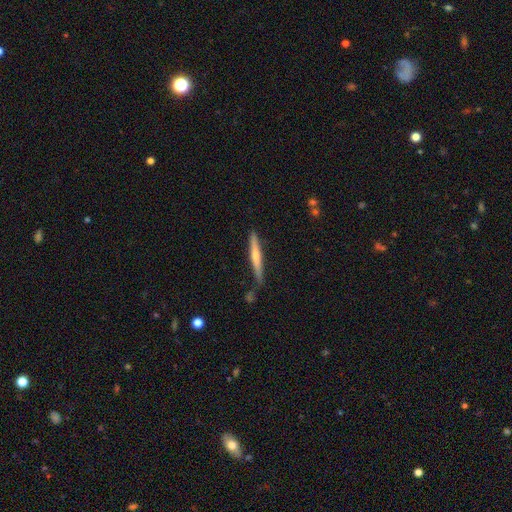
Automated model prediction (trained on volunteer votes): Smooth or featured: smooth — 53% (featured or disk — 42%)
How rounded: cigar-shaped — 95% (in between — 3%)
Merging: none — 75% (minor disturbance — 17%)